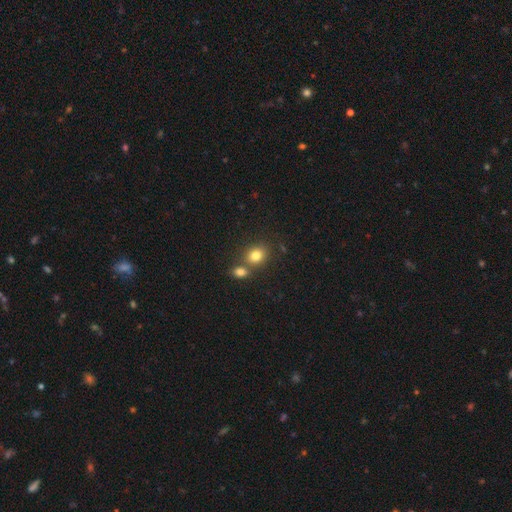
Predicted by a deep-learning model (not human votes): The model was most divided on "how rounded": round: 56%, in between: 43%, cigar-shaped: 1%. More confident: smooth or featured — smooth (80%); merging — none (57%).